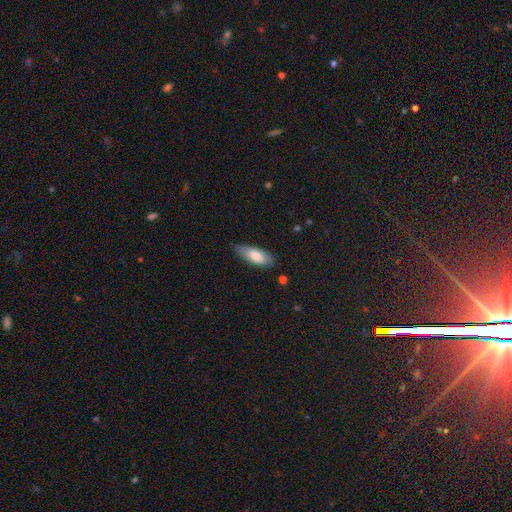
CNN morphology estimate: This appears to be a smooth galaxy with no disk features (69%) that is in between round and cigar-shaped (76%). Merging: none (77%).